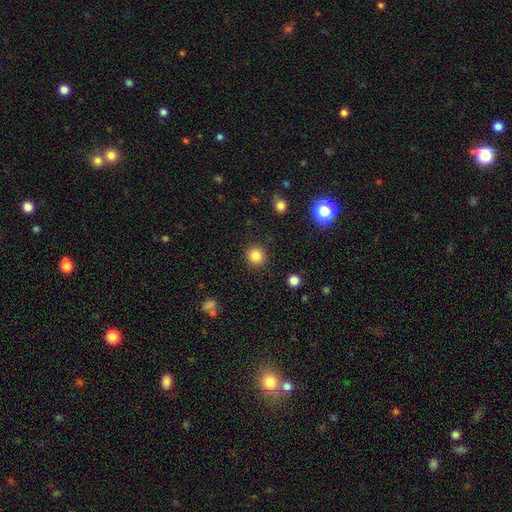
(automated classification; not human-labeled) smooth-or-featured: smooth: 84% | star or artifact: 11% | featured or disk: 5%
  how-rounded: round: 92% | in between: 7% | cigar-shaped: 1%
  merging: none: 90% | minor disturbance: 6% | major disturbance: 2% | merger: 1%